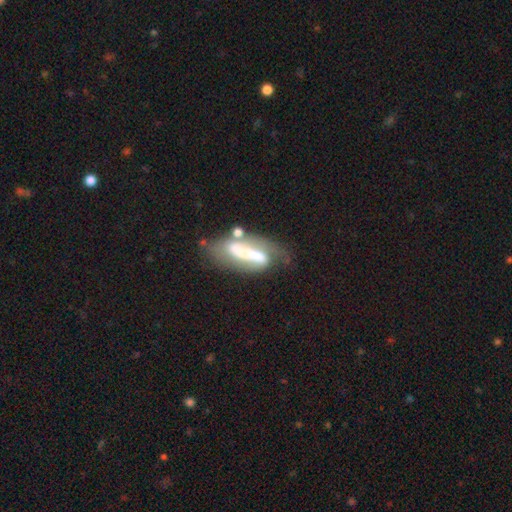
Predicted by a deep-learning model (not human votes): A featured or disk galaxy (59%).

Vote fractions:
- Smooth or featured? featured or disk: 59% / smooth: 33% / star or artifact: 8%
- Edge-on disk? no: 81% / yes: 19%
- Merging? none: 35% / minor disturbance: 22% / major disturbance: 22% / merger: 20%